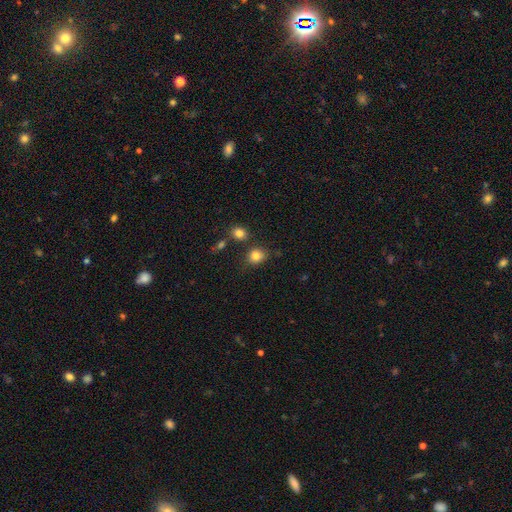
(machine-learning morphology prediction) A smooth galaxy with no disk features (82%) that is round (70%). Merging: none (72%).